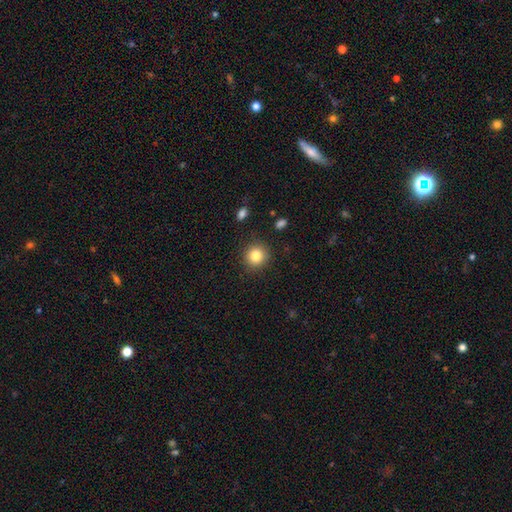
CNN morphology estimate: Smooth or featured? Predicted: smooth (p=0.83). How rounded? Predicted: round (p=0.91). Merging? Predicted: none (p=0.89).